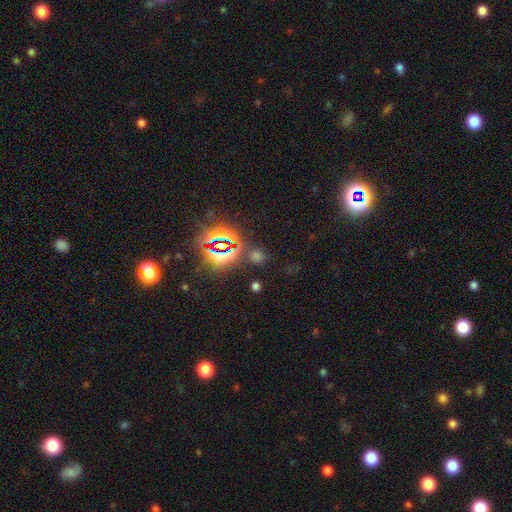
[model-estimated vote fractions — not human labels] This appears to be a star or artifact, not a galaxy (57%).